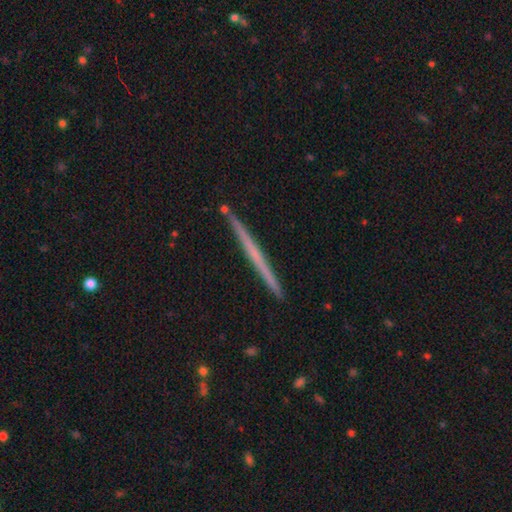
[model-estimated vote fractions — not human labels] smooth-or-featured: featured or disk: 56% | smooth: 37% | star or artifact: 7%
  disk-edge-on: yes: 98% | no: 2%
    edge-on-bulge: none: 88% | rounded: 9% | boxy: 3%
  merging: none: 92% | minor disturbance: 6% | merger: 1% | major disturbance: 1%